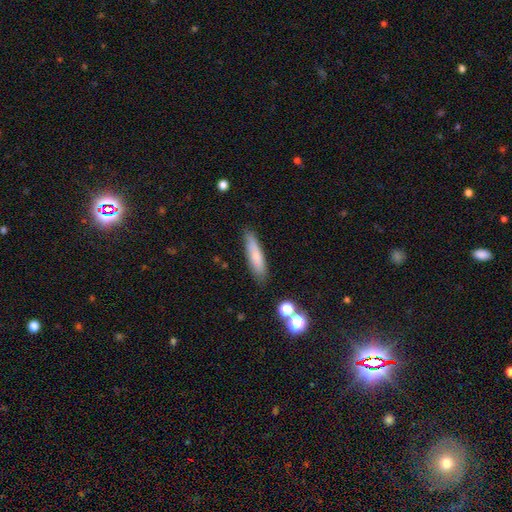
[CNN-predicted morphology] Smooth or featured? Predicted: smooth (p=0.73). How rounded? Predicted: cigar-shaped (p=0.79). Merging? Predicted: none (p=0.84).